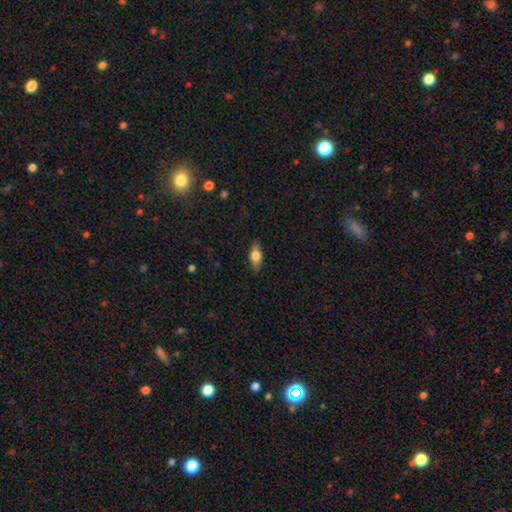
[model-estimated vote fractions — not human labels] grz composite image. It shows a smooth galaxy with no disk features (72%) that is in between round and cigar-shaped (79%). Merging: none (86%).